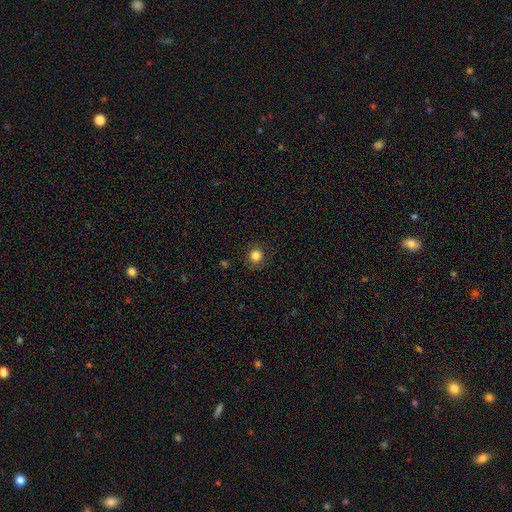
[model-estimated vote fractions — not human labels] Overall: smooth (83%). How rounded: round (93%). Merging: none (88%).